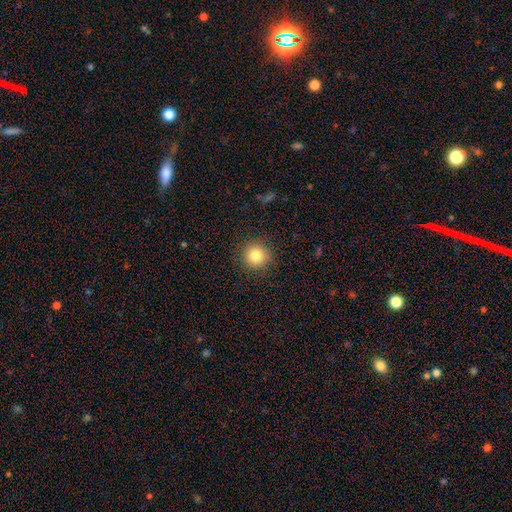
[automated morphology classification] smooth 82%, star or artifact 11%, featured or disk 7%. Down the decision tree: how rounded — round (94%); merging — none (90%).